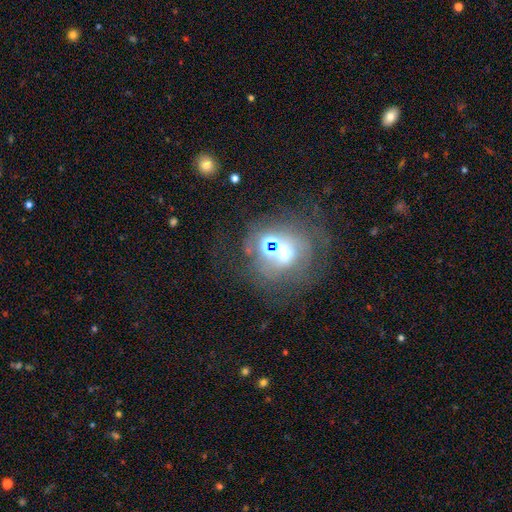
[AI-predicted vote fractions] smooth_or_featured: star or artifact (p=0.40) [alt: smooth p=0.32]